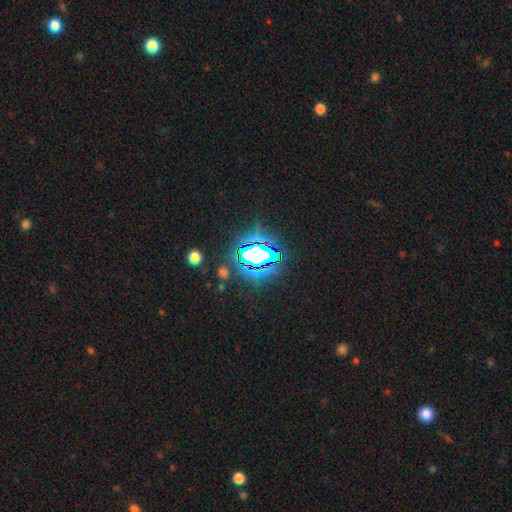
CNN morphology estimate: type=star or artifact (71%).